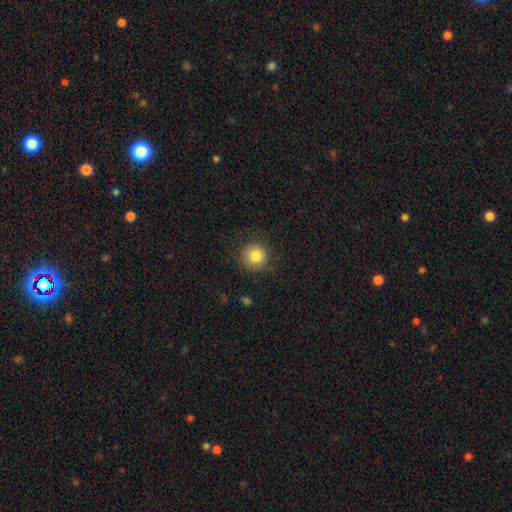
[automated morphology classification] This is clearly a smooth galaxy (83%). How rounded: clearly round (94%). Merging: clearly none (82%).